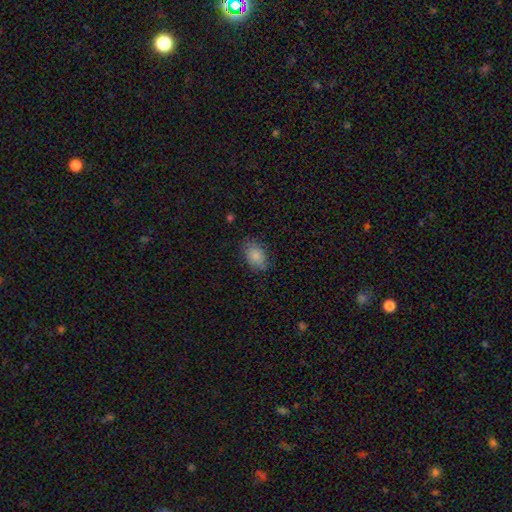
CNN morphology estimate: A smooth galaxy with no disk features (86%) that is in between round and cigar-shaped (88%). Merging: none (78%).